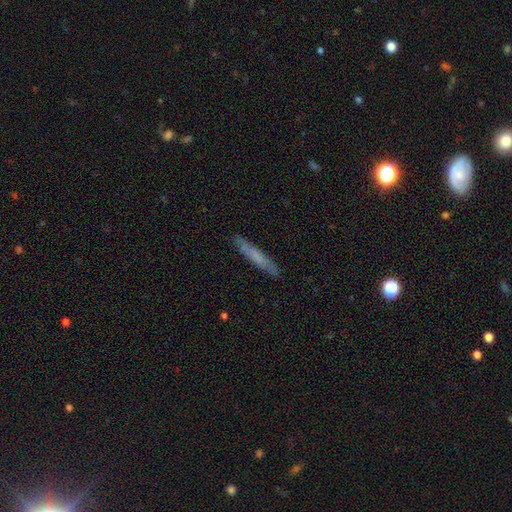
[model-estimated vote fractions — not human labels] Q: Smooth or featured?
A: smooth (62%); runner-up: featured or disk (31%)
Q: How rounded?
A: cigar-shaped (95%); runner-up: in between (4%)
Q: Merging?
A: none (89%); runner-up: minor disturbance (8%)